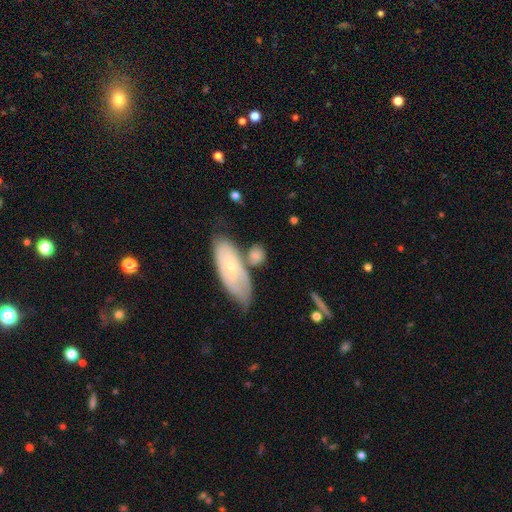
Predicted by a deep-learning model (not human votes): A smooth galaxy with no disk features (65%) that is round (46%).

Vote fractions:
- Smooth or featured? smooth: 65% / featured or disk: 29% / star or artifact: 6%
- How rounded? round: 46% / in between: 44% / cigar-shaped: 10%
- Merging? none: 52% / merger: 25% / minor disturbance: 17% / major disturbance: 7%